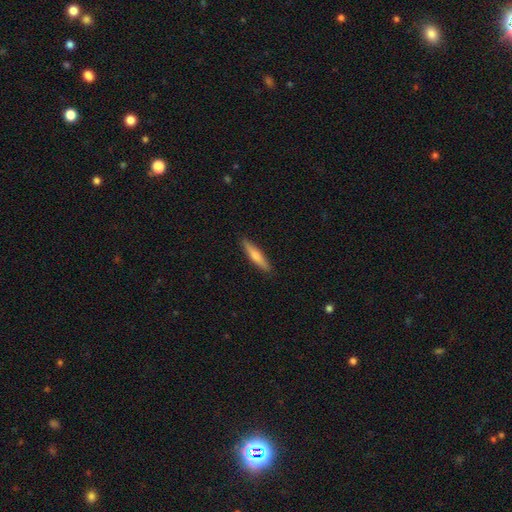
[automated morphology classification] Smooth or featured? smooth (72%)
How rounded? cigar-shaped (86%)
Merging? none (90%)